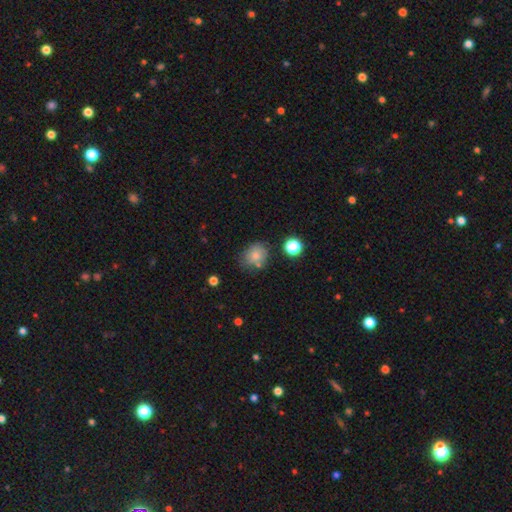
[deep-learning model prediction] smooth-or-featured: smooth: 77% | star or artifact: 12% | featured or disk: 12%
  how-rounded: round: 61% | in between: 38% | cigar-shaped: 1%
  merging: none: 63% | minor disturbance: 22% | merger: 9% | major disturbance: 7%